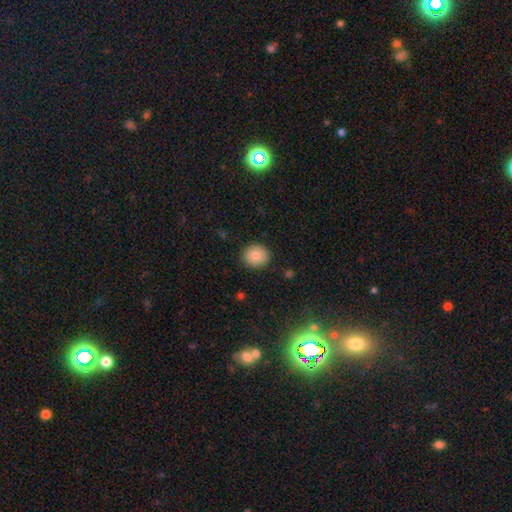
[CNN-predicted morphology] Q: Smooth or featured?
A: smooth (84%); runner-up: star or artifact (9%)
Q: How rounded?
A: round (83%); runner-up: in between (16%)
Q: Merging?
A: none (90%); runner-up: minor disturbance (7%)